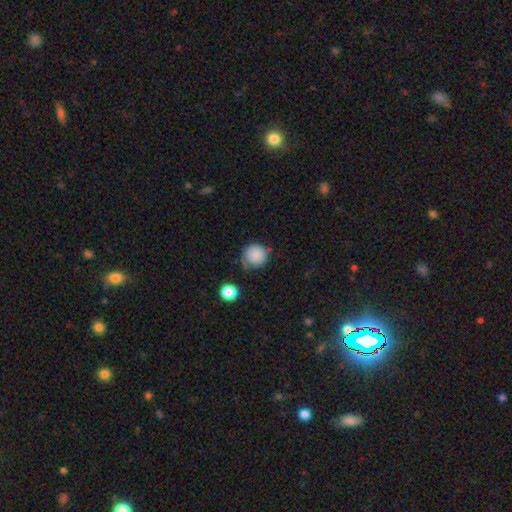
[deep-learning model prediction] Smooth or featured? smooth (85%)
How rounded? round (93%)
Merging? none (64%)